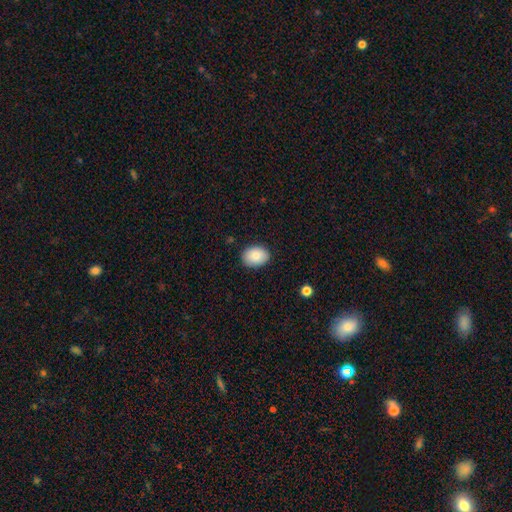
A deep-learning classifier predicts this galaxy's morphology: The model was most divided on "how rounded": in between: 72%, round: 28%, cigar-shaped: 1%. More confident: merging — none (87%); smooth or featured — smooth (85%).